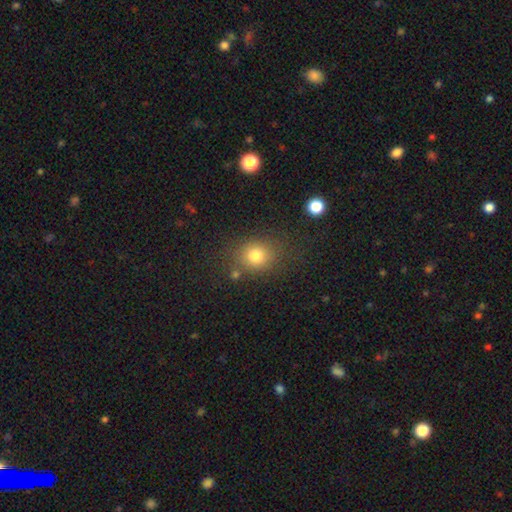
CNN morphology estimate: Overall: smooth (78%). How rounded: round (70%). Merging: none (74%).